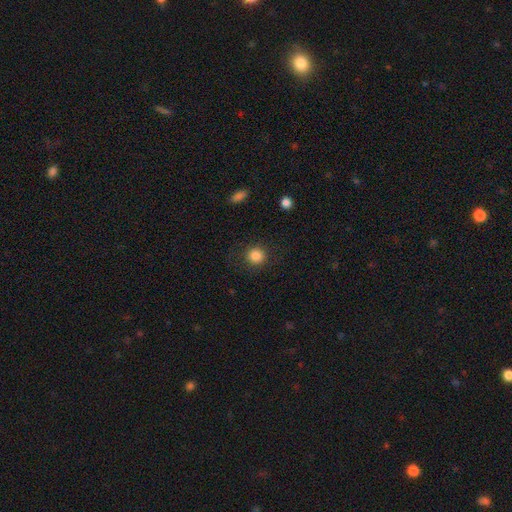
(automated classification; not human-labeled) Morphology: type=smooth (85%); roundness=round (91%); merging=none (87%).